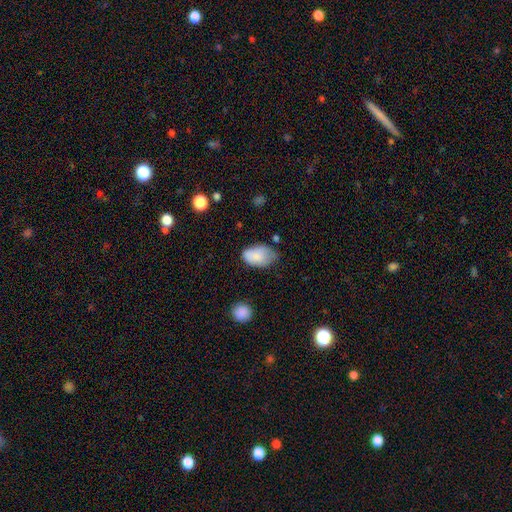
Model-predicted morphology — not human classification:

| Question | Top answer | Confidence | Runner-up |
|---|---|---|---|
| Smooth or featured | smooth | 82% | featured or disk (11%) |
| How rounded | in between | 92% | round (7%) |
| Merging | none | 45% | minor disturbance (40%) |